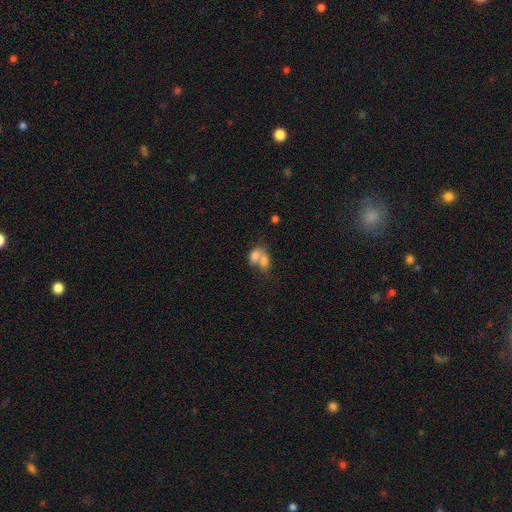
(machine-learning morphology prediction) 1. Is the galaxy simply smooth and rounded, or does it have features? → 74% smooth, 17% featured or disk, 9% star or artifact.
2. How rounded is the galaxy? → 79% in between, 19% round, 2% cigar-shaped.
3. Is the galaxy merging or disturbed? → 73% merger, 16% none, 6% minor disturbance, 5% major disturbance.